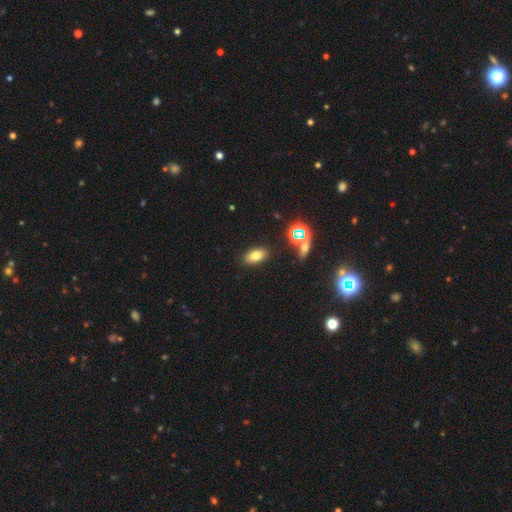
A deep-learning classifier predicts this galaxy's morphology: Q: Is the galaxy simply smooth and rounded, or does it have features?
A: smooth — 74%.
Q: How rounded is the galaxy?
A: in between — 87%.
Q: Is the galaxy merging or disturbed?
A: none — 86%.